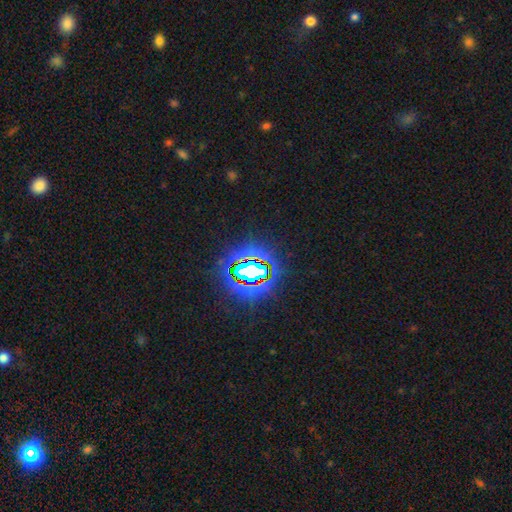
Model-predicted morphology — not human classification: Smooth or featured? Predicted: star or artifact (p=0.82).